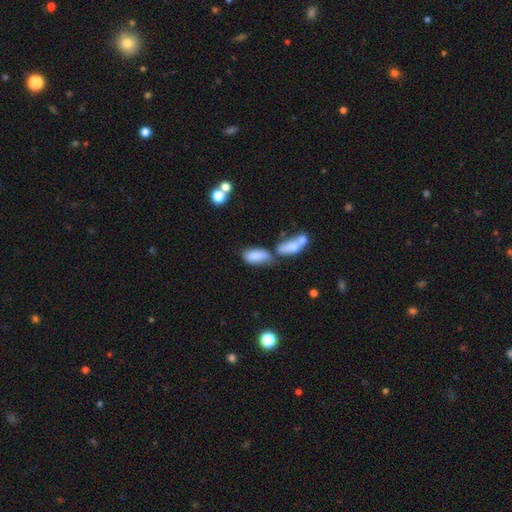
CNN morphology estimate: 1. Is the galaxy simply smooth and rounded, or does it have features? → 81% smooth, 11% featured or disk, 8% star or artifact.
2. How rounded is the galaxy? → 85% in between, 12% cigar-shaped, 3% round.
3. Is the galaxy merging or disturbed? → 46% merger, 29% none, 16% minor disturbance, 9% major disturbance.